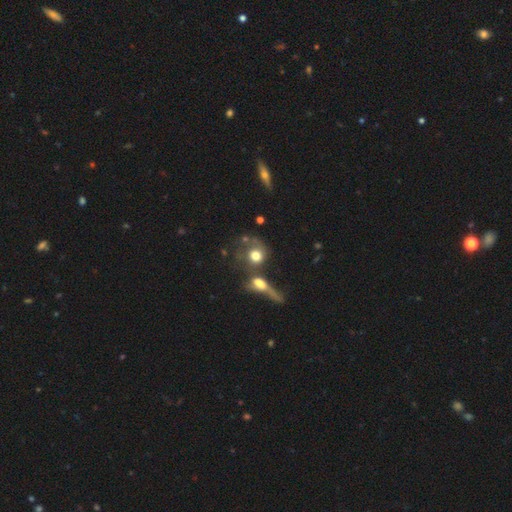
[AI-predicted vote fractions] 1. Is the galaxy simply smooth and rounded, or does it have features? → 62% smooth, 26% featured or disk, 11% star or artifact.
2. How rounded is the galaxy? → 74% round, 23% in between, 3% cigar-shaped.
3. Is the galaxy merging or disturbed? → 45% merger, 24% none, 20% major disturbance, 11% minor disturbance.